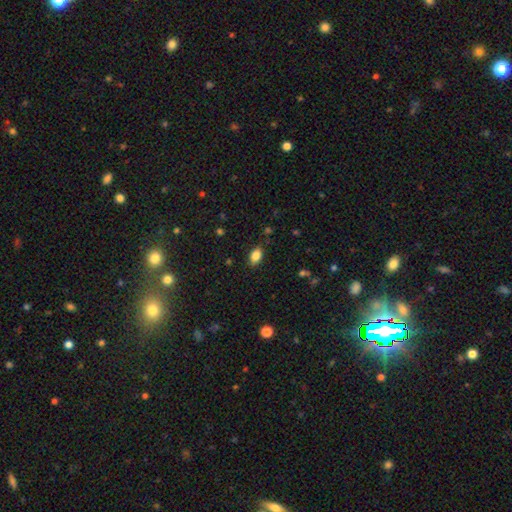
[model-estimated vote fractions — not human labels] This is clearly a smooth galaxy (85%). How rounded: clearly in between (87%). Merging: clearly none (85%).